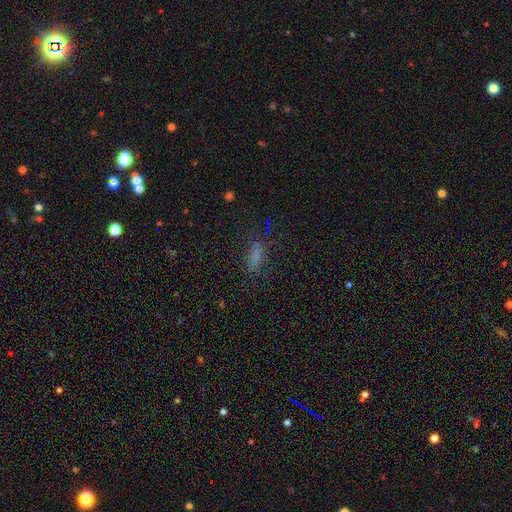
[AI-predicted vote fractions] A smooth galaxy with no disk features (70%) that is in between round and cigar-shaped (55%). Merging: none (73%).